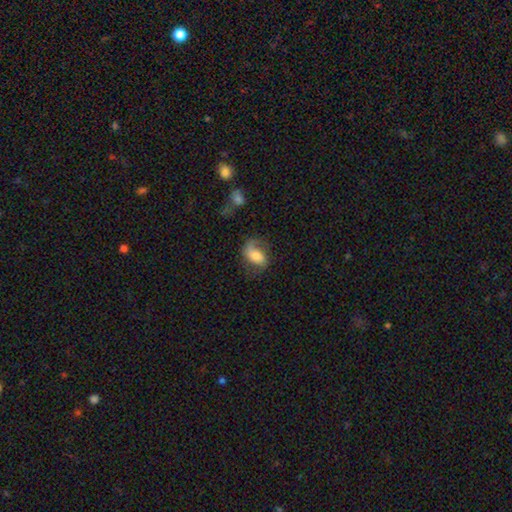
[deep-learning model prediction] smooth 50%, featured or disk 42%, star or artifact 8%. Down the decision tree: merging — none (52%).